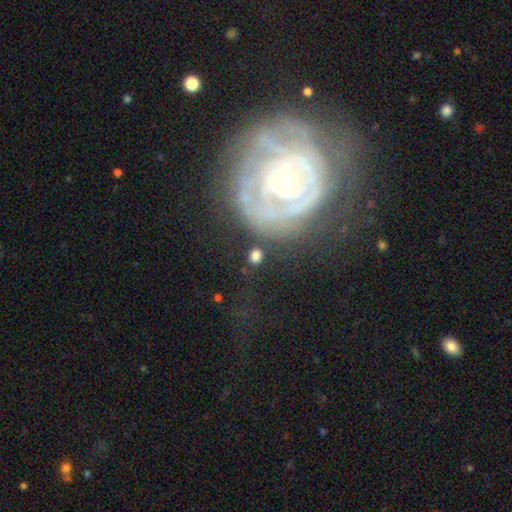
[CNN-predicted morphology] smooth_or_featured: smooth (p=0.73) [alt: featured or disk p=0.15]
how_rounded: round (p=0.77) [alt: in between p=0.22]
merging: none (p=0.81) [alt: minor disturbance p=0.09]